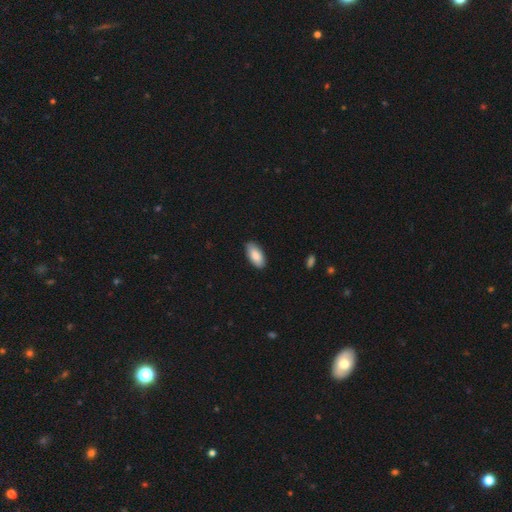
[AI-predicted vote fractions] Morphology: type=smooth (86%); roundness=in between (93%); merging=none (85%).